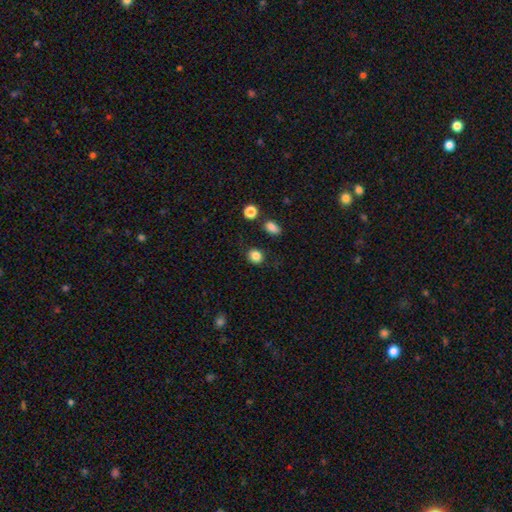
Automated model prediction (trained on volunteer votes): This appears to be a smooth galaxy with no disk features (85%) that is round (72%). Merging: none (83%).